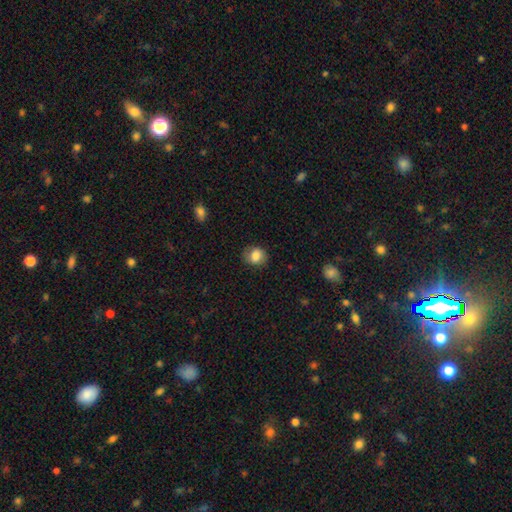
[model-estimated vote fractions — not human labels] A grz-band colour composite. It shows a smooth galaxy with no disk features (79%) that is round (61%). Merging: none (79%).